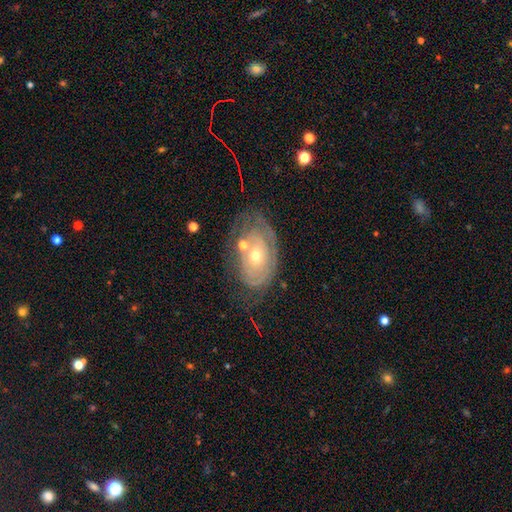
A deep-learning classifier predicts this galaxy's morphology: Smooth or featured: featured or disk — 71% (smooth — 21%)
Edge-on disk: no — 94% (yes — 6%)
Bar: no — 85% (weak — 12%)
Spiral arms: yes — 66% (no — 34%)
Bulge size: small — 54% (moderate — 42%)
Merging: none — 54% (minor disturbance — 23%)